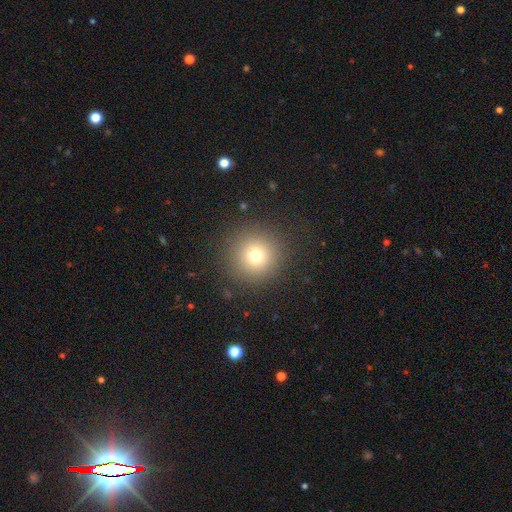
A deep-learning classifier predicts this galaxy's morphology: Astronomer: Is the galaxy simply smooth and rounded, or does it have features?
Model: smooth — 73%.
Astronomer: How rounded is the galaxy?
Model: round — 95%.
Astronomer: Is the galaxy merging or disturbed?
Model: none — 89%.